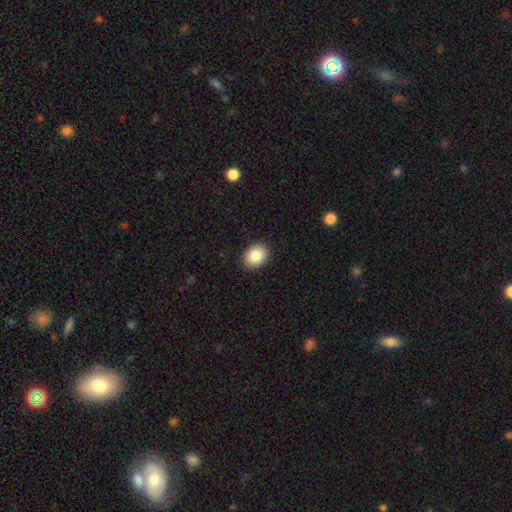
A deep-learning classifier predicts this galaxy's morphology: Smooth or featured? Predicted: smooth (p=0.84). How rounded? Predicted: in between (p=0.54). Merging? Predicted: none (p=0.89).